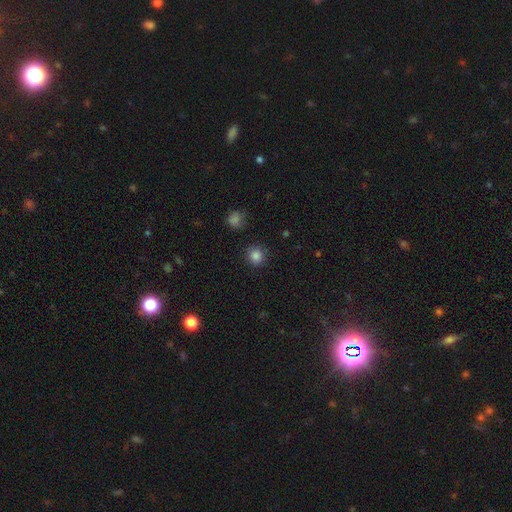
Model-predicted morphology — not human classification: Smooth or featured: smooth — 85% (star or artifact — 12%)
How rounded: round — 92% (in between — 7%)
Merging: none — 88% (minor disturbance — 8%)